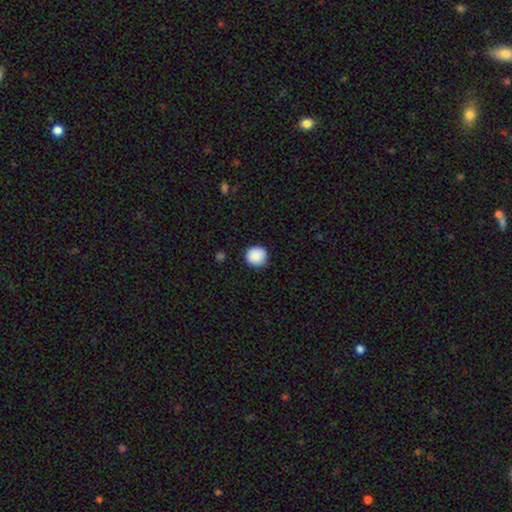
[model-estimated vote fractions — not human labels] The model was most divided on "smooth or featured": smooth: 89%, star or artifact: 8%, featured or disk: 3%. More confident: how rounded — round (94%); merging — none (89%).